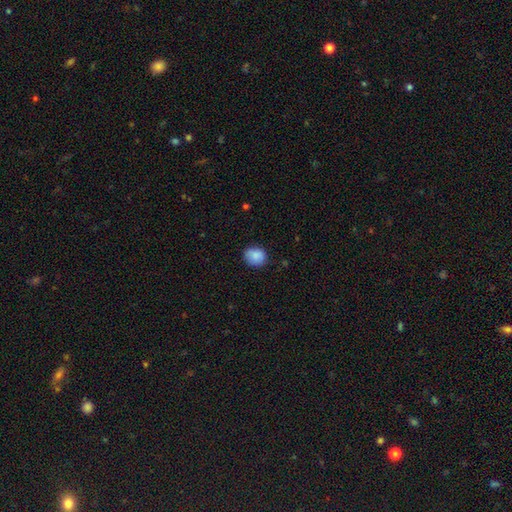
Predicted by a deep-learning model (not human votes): smooth-or-featured: smooth: 88% | star or artifact: 8% | featured or disk: 5%
  how-rounded: round: 60% | in between: 39% | cigar-shaped: 1%
  merging: none: 80% | minor disturbance: 16% | major disturbance: 3% | merger: 1%